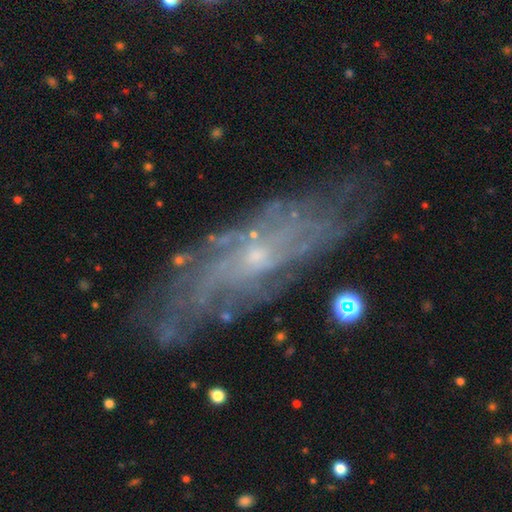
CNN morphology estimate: featured or disk 77%, smooth 13%, star or artifact 10%. Down the decision tree: edge-on disk — no (80%); bar — no (70%); spiral arms — yes (86%); spiral arm count — can't tell (60%); spiral winding — tight (54%); bulge size — small (78%); merging — none (76%).